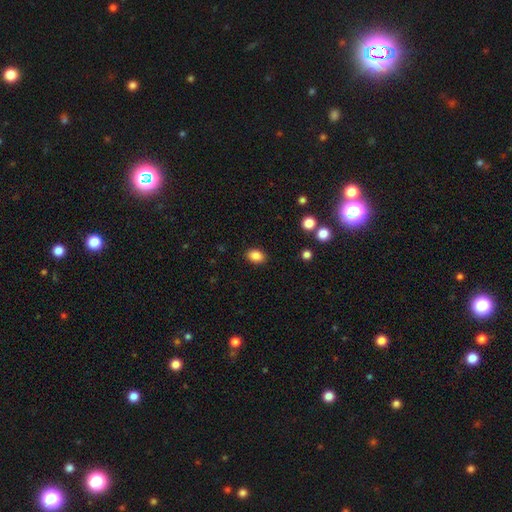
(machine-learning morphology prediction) smooth_or_featured: smooth (p=0.85) [alt: star or artifact p=0.10]
how_rounded: in between (p=0.74) [alt: round p=0.25]
merging: none (p=0.88) [alt: minor disturbance p=0.08]